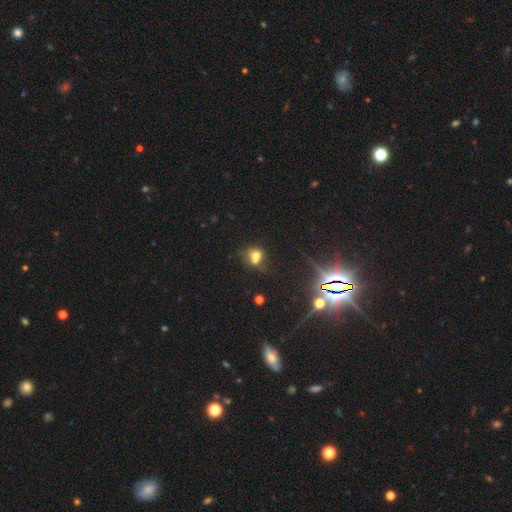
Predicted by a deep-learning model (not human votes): A smooth galaxy with no disk features (65%) that is round (55%).

Vote fractions:
- Smooth or featured? smooth: 65% / star or artifact: 19% / featured or disk: 15%
- How rounded? round: 55% / in between: 44% / cigar-shaped: 1%
- Merging? none: 37% / merger: 35% / minor disturbance: 18% / major disturbance: 10%